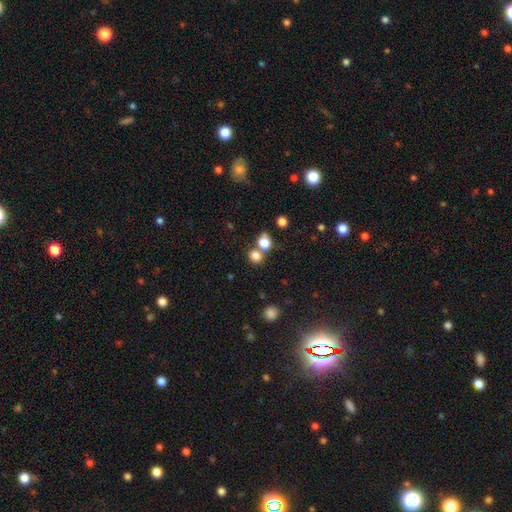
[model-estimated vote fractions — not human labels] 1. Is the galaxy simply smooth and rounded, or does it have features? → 79% smooth, 15% star or artifact, 6% featured or disk.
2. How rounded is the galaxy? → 72% round, 27% in between, 1% cigar-shaped.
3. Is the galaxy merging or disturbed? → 57% none, 31% merger, 8% minor disturbance, 4% major disturbance.